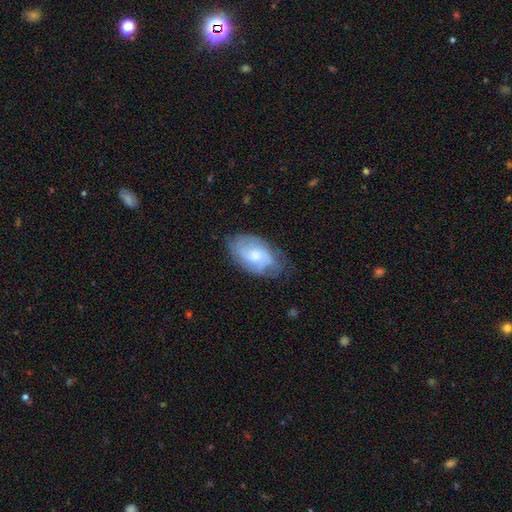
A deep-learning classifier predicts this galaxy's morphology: Smooth or featured: featured or disk — 62% (smooth — 32%)
Edge-on disk: no — 96% (yes — 4%)
Bar: no — 56% (weak — 39%)
Spiral arms: yes — 86% (no — 14%)
Spiral winding: medium — 44% (tight — 37%)
Spiral arm count: 2 — 50% (can't tell — 31%)
Bulge size: moderate — 51% (small — 28%)
Merging: none — 66% (minor disturbance — 25%)